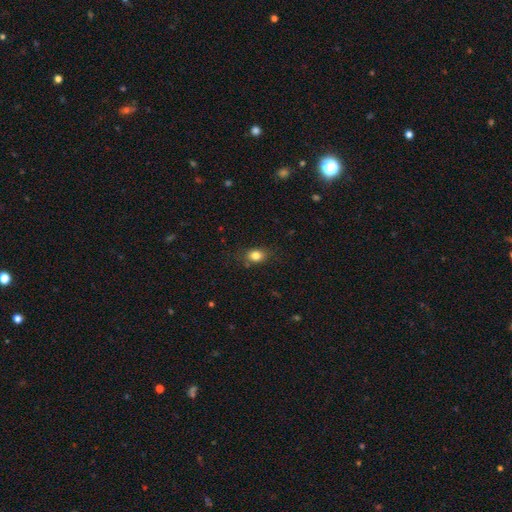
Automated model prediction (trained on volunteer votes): Morphology: type=smooth (82%); roundness=in between (64%); merging=none (80%).